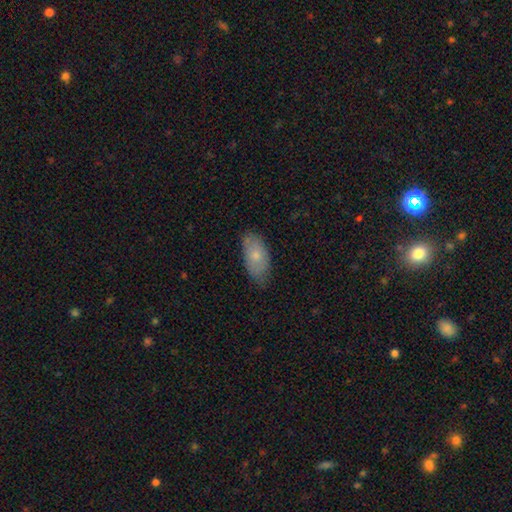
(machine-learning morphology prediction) Smooth or featured? smooth (72%)
How rounded? in between (91%)
Merging? none (70%)